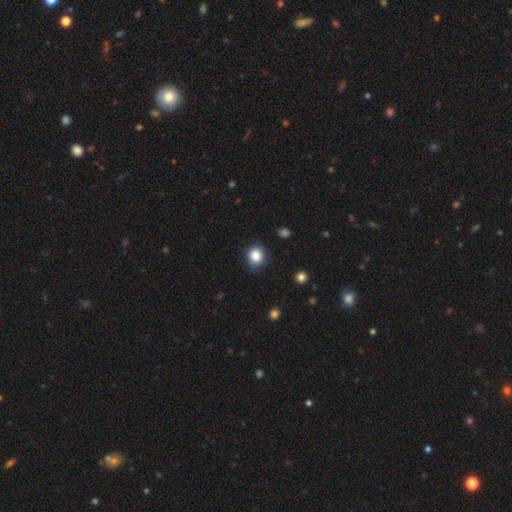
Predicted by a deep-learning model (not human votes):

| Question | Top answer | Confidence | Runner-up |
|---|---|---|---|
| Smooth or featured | smooth | 85% | star or artifact (10%) |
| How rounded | round | 70% | in between (29%) |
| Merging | none | 79% | minor disturbance (16%) |